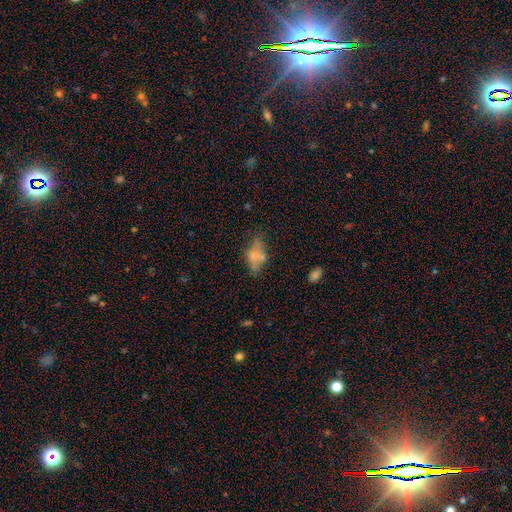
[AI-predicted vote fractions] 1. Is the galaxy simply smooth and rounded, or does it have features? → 56% smooth, 32% featured or disk, 13% star or artifact.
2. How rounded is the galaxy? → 84% in between, 9% cigar-shaped, 7% round.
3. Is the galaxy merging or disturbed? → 40% none, 25% minor disturbance, 20% major disturbance, 15% merger.